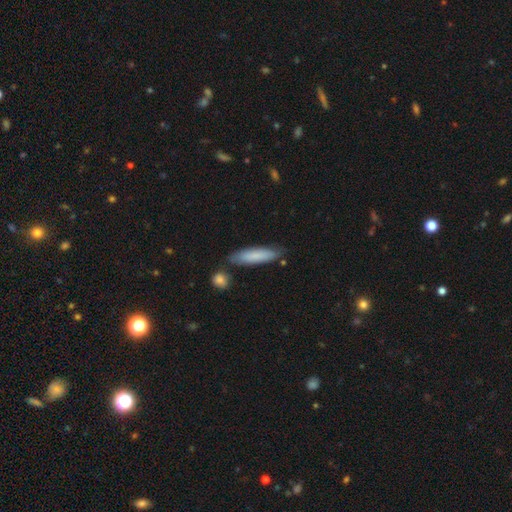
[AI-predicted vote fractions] A smooth galaxy with no disk features (80%) that is cigar-shaped (74%). Merging: none (78%).